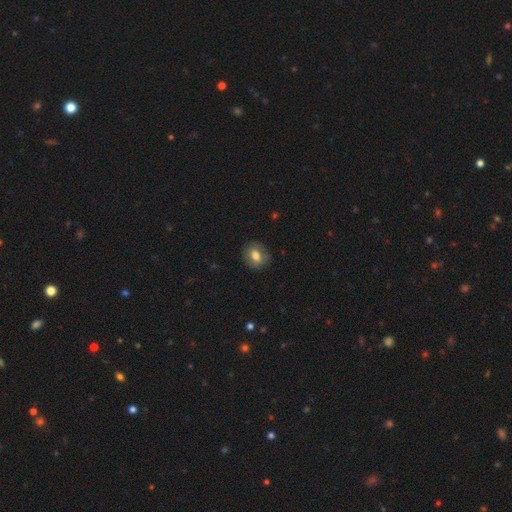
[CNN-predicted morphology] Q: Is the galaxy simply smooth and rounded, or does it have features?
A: smooth — 72%.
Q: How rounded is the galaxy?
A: round — 61%.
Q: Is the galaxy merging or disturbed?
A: none — 83%.